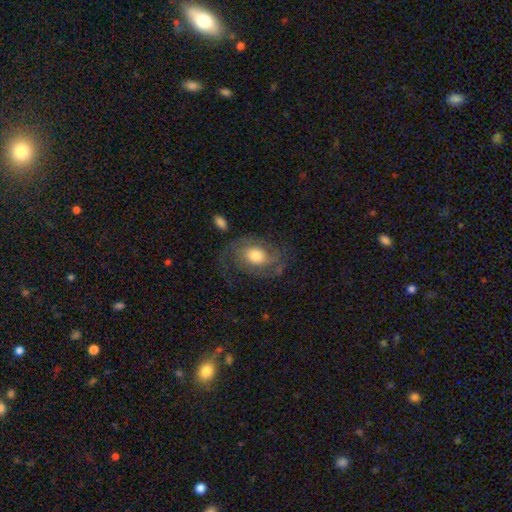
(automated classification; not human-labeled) Morphology: type=featured or disk (65%); edge-on=no (96%); bar=no (76%); spiral arms=yes (84%); winding=medium (42%); arm count=2 (57%); bulge=moderate (51%); merging=none (55%).